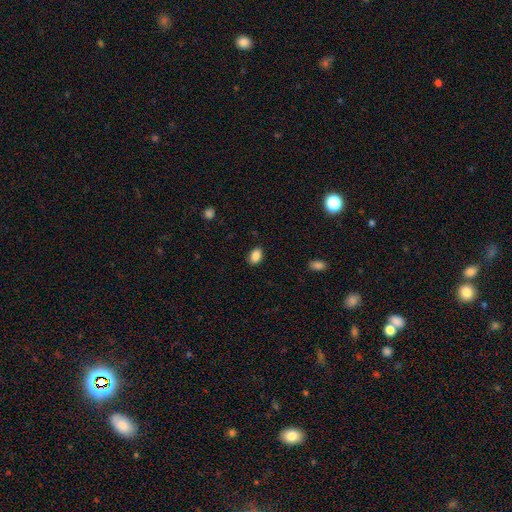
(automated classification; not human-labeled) Smooth or featured: smooth — 87% (star or artifact — 9%)
How rounded: in between — 80% (round — 19%)
Merging: none — 86% (minor disturbance — 10%)